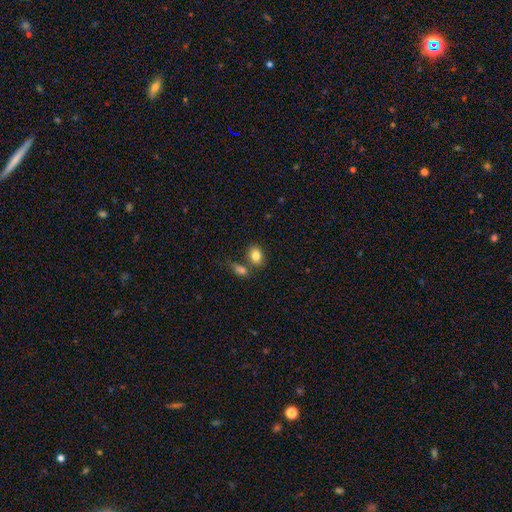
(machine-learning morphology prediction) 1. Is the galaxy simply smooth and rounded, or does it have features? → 83% smooth, 8% star or artifact, 8% featured or disk.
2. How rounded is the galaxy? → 70% in between, 29% round, 1% cigar-shaped.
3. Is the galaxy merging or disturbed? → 60% none, 23% merger, 13% minor disturbance, 4% major disturbance.